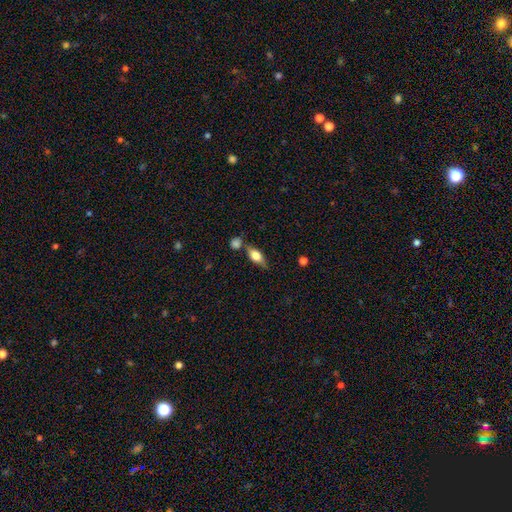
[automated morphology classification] This appears to be a smooth galaxy with no disk features (61%) that is in between round and cigar-shaped (74%). Merging: none (62%).